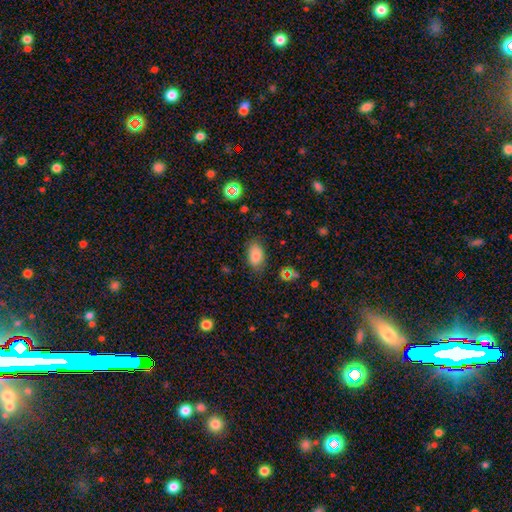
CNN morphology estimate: Overall: smooth (82%). How rounded: in between (91%). Merging: none (79%).